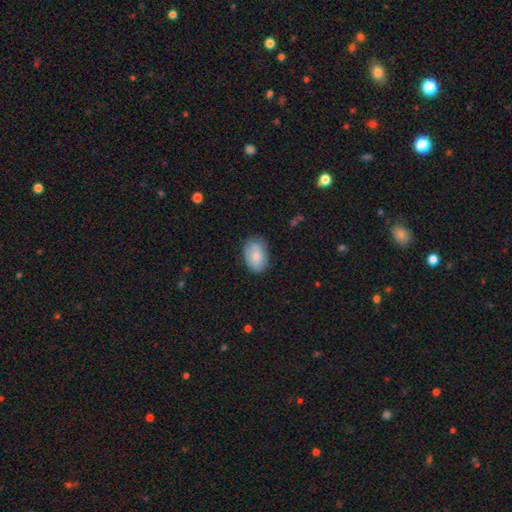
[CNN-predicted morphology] A smooth galaxy with no disk features (79%) that is in between round and cigar-shaped (86%).

Vote fractions:
- Smooth or featured? smooth: 79% / featured or disk: 15% / star or artifact: 7%
- How rounded? in between: 86% / round: 12% / cigar-shaped: 1%
- Merging? none: 76% / minor disturbance: 19% / major disturbance: 4% / merger: 1%